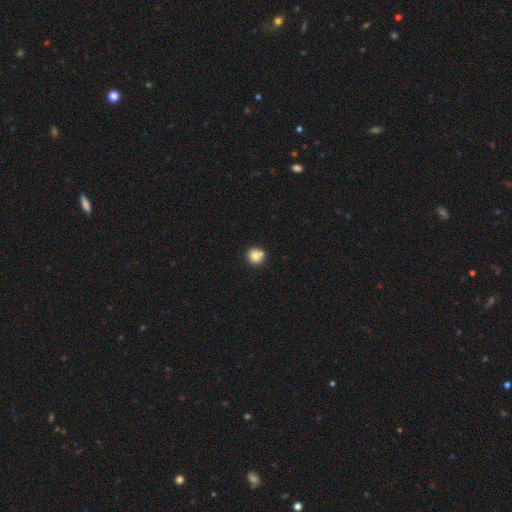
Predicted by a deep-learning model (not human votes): Smooth or featured: smooth — 82% (star or artifact — 10%)
How rounded: round — 91% (in between — 8%)
Merging: none — 67% (merger — 19%)